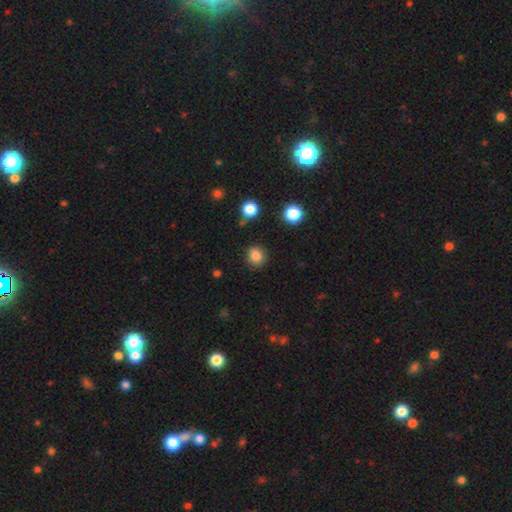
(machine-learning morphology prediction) type=smooth (84%); roundness=round (89%); merging=none (89%).